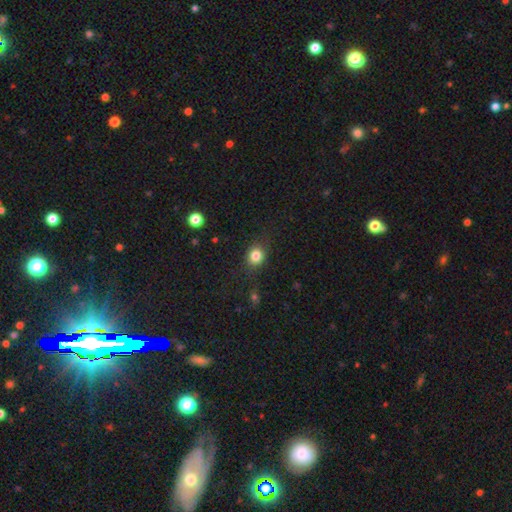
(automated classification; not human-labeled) A smooth galaxy with no disk features (82%) that is round (68%). Merging: none (81%).